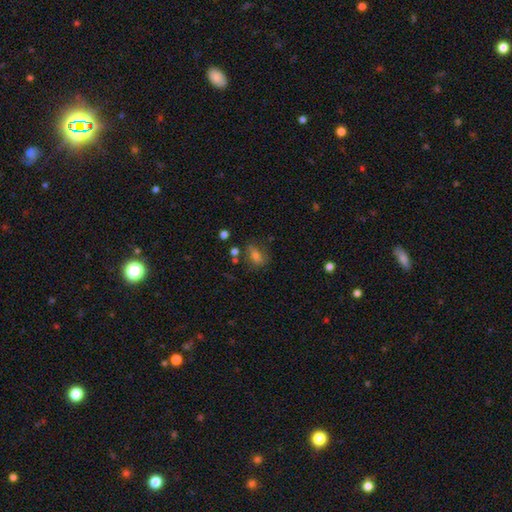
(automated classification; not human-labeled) A smooth galaxy with no disk features (63%) that is in between round and cigar-shaped (68%). Merging: none (61%).